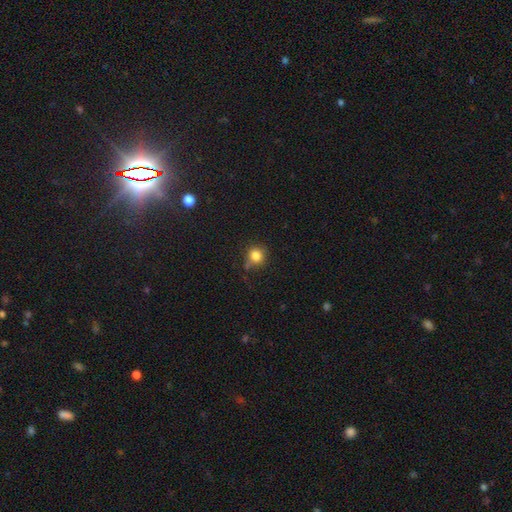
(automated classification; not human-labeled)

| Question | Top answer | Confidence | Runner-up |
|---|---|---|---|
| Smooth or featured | smooth | 82% | star or artifact (12%) |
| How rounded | round | 87% | in between (11%) |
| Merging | none | 67% | minor disturbance (22%) |